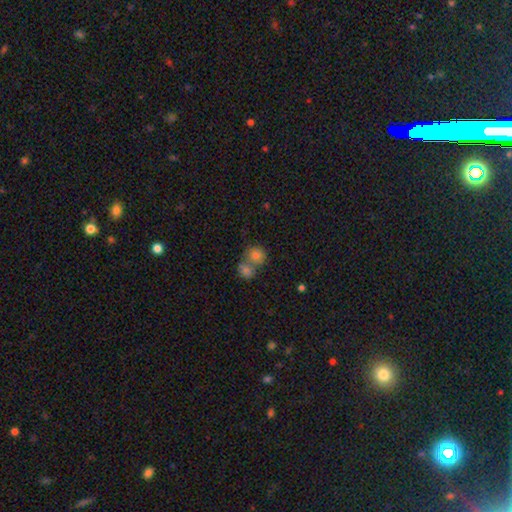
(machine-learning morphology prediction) Overall: smooth (79%). How rounded: round (82%). Merging: merger (51%; none 38%).